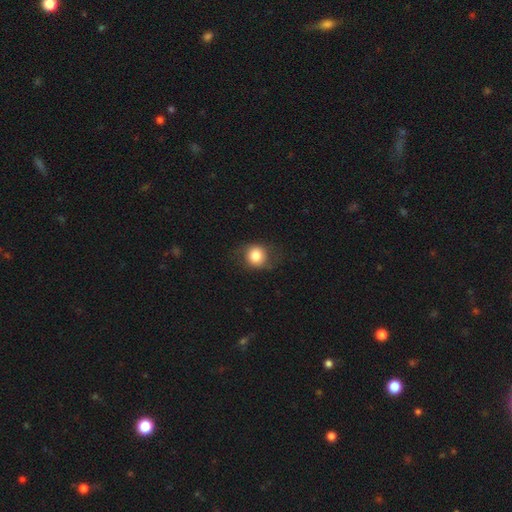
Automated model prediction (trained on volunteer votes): A smooth galaxy with no disk features (78%) that is round (81%).

Vote fractions:
- Smooth or featured? smooth: 78% / featured or disk: 13% / star or artifact: 9%
- How rounded? round: 81% / in between: 18% / cigar-shaped: 1%
- Merging? none: 72% / minor disturbance: 19% / major disturbance: 8% / merger: 1%